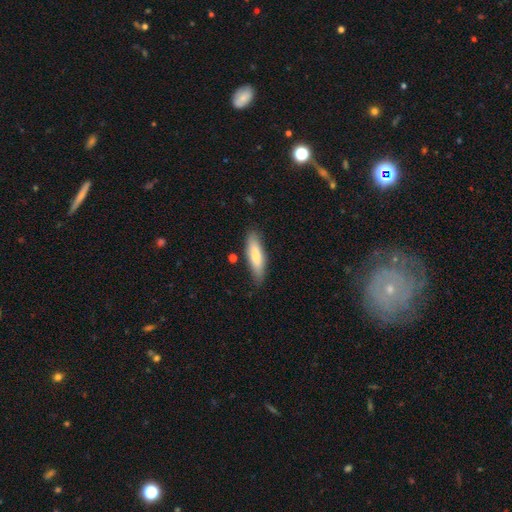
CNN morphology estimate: A smooth galaxy with no disk features (76%) that is cigar-shaped (61%).

Vote fractions:
- Smooth or featured? smooth: 76% / featured or disk: 18% / star or artifact: 6%
- How rounded? cigar-shaped: 61% / in between: 38% / round: 2%
- Merging? none: 82% / minor disturbance: 13% / major disturbance: 3% / merger: 2%